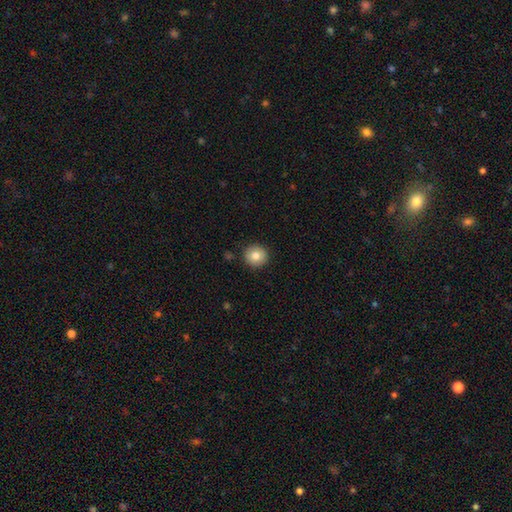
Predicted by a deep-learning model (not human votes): Morphology: type=smooth (82%); roundness=round (93%); merging=none (91%).